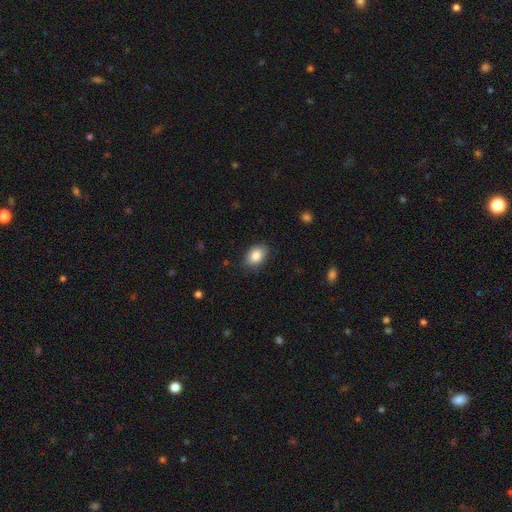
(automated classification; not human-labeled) Smooth or featured? smooth (86%)
How rounded? in between (83%)
Merging? none (85%)